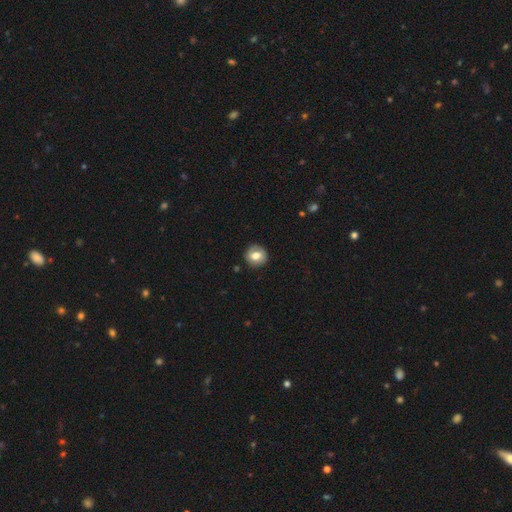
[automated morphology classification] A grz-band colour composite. It shows a smooth galaxy with no disk features (72%) that is round (87%). Merging: none (87%).